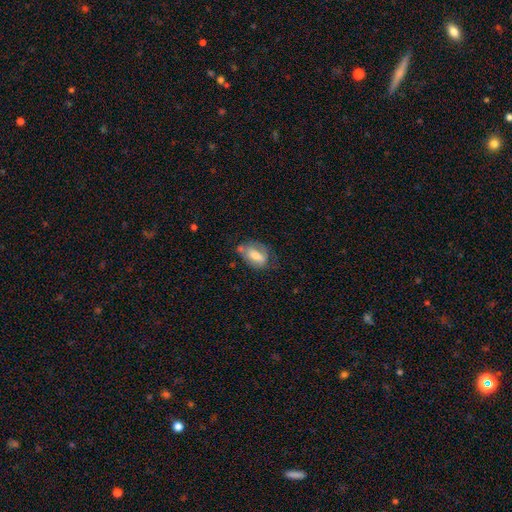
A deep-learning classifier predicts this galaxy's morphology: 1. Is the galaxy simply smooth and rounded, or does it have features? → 62% smooth, 30% featured or disk, 8% star or artifact.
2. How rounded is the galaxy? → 85% in between, 9% round, 5% cigar-shaped.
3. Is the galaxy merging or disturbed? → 45% none, 32% minor disturbance, 16% major disturbance, 8% merger.